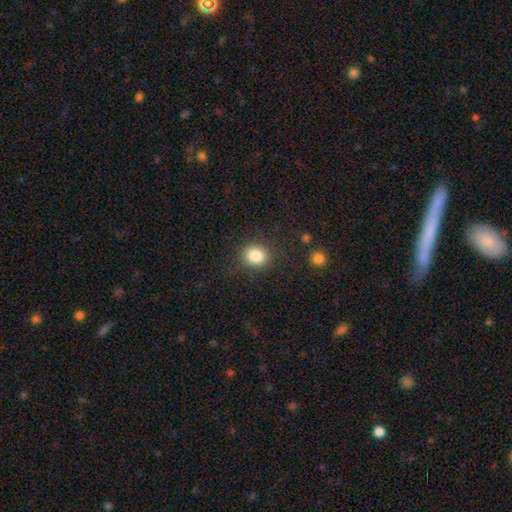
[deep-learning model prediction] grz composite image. It shows a smooth galaxy with no disk features (84%) that is round (80%). Merging: none (84%).